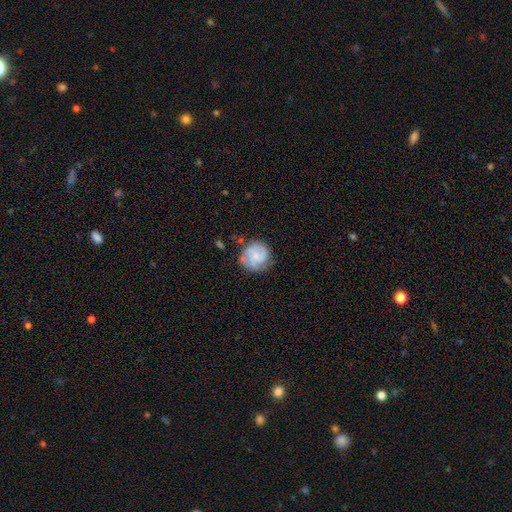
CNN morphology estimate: A featured or disk galaxy (53%) with no bar (70%), spiral arms (87%) and a small central bulge (50%).

Vote fractions:
- Smooth or featured? featured or disk: 53% / smooth: 40% / star or artifact: 7%
- Edge-on disk? no: 98% / yes: 2%
- Bar? no: 70% / weak: 26% / strong: 4%
- Spiral arms? yes: 87% / no: 13%
- Bulge size? small: 50% / none: 26% / moderate: 19% / large: 3% / dominant: 2%
- Merging? none: 70% / minor disturbance: 20% / major disturbance: 8% / merger: 3%